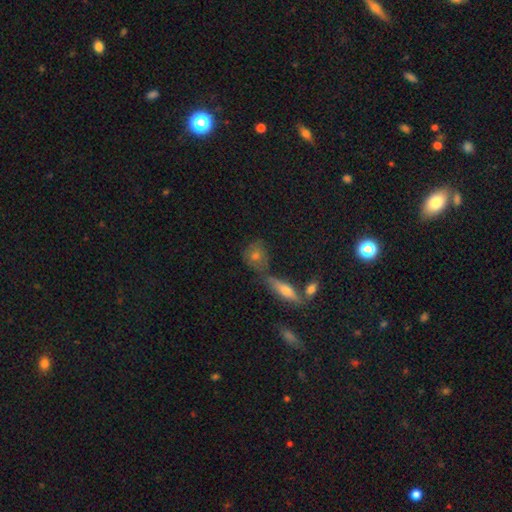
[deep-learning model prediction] Q: Smooth or featured?
A: smooth (65%); runner-up: featured or disk (23%)
Q: How rounded?
A: round (55%); runner-up: in between (35%)
Q: Merging?
A: none (57%); runner-up: merger (22%)